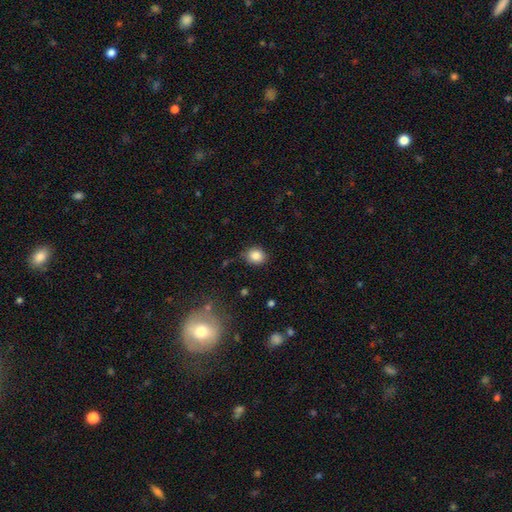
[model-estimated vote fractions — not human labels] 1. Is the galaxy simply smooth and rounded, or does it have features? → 85% smooth, 10% star or artifact, 5% featured or disk.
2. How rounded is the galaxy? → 63% round, 36% in between, 1% cigar-shaped.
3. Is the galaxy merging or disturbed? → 78% none, 17% minor disturbance, 3% major disturbance, 2% merger.